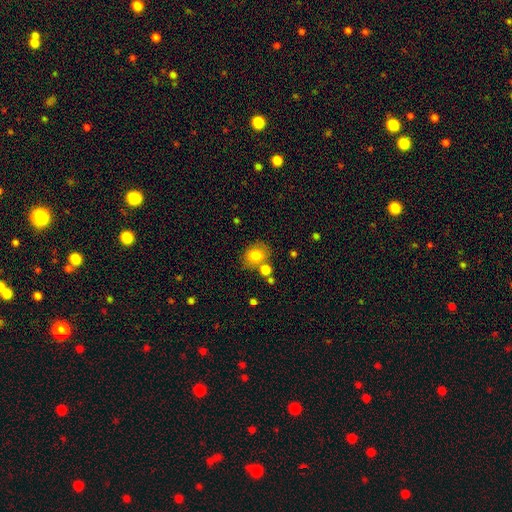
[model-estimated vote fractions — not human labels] smooth 79%, featured or disk 12%, star or artifact 9%. Down the decision tree: how rounded — round (56%); merging — none (61%).